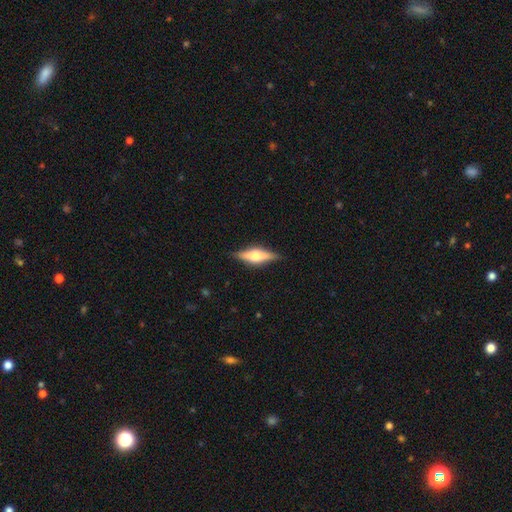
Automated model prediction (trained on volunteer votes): featured or disk 62%, smooth 31%, star or artifact 6%. Down the decision tree: edge-on disk — yes (96%); edge-on bulge — rounded (87%); merging — none (86%).